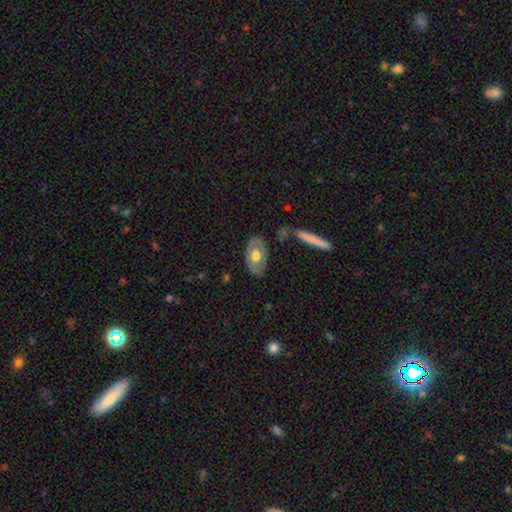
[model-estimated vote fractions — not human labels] featured or disk 50%, smooth 45%, star or artifact 5%. Down the decision tree: merging — none (74%).